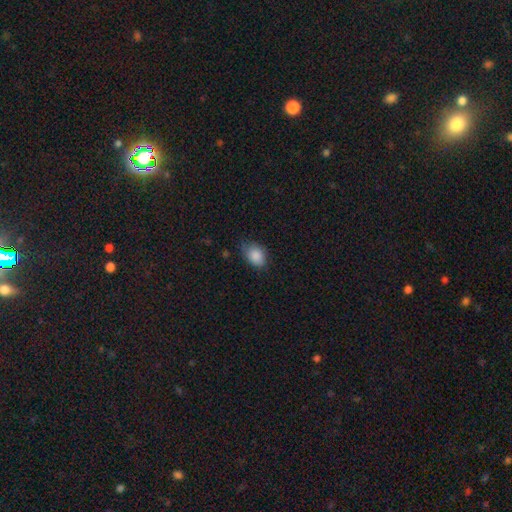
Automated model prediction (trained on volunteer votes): smooth_or_featured: smooth (p=0.86) [alt: star or artifact p=0.08]
how_rounded: in between (p=0.77) [alt: round p=0.22]
merging: none (p=0.62) [alt: minor disturbance p=0.31]